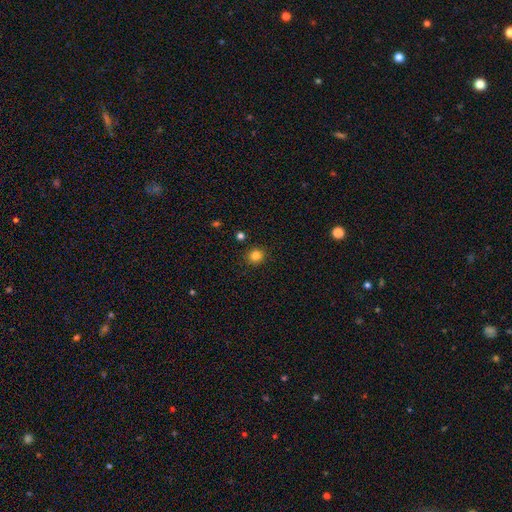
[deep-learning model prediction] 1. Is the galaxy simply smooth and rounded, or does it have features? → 83% smooth, 12% star or artifact, 5% featured or disk.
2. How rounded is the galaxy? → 91% round, 8% in between, 1% cigar-shaped.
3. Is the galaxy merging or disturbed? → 90% none, 6% minor disturbance, 2% major disturbance, 2% merger.